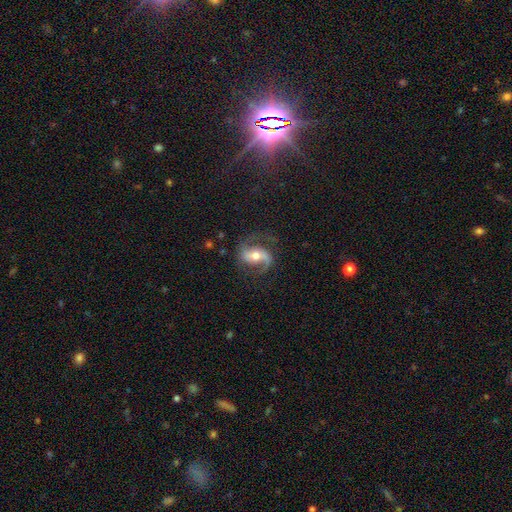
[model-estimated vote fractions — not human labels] Smooth or featured? Predicted: featured or disk (p=0.85). Edge-on disk? Predicted: no (p=0.97). Bar? Predicted: weak (p=0.36). Spiral arms? Predicted: yes (p=0.96). Spiral winding? Predicted: medium (p=0.48). Spiral arm count? Predicted: 2 (p=0.88). Bulge size? Predicted: moderate (p=0.68). Merging? Predicted: none (p=0.71).